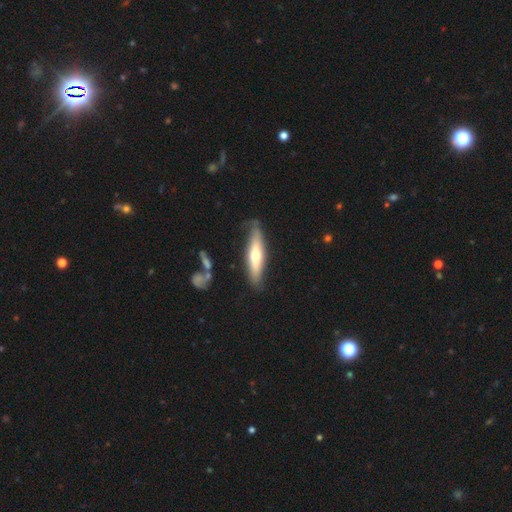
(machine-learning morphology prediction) This appears to be a smooth galaxy with no disk features (49%). Merging: none (73%).